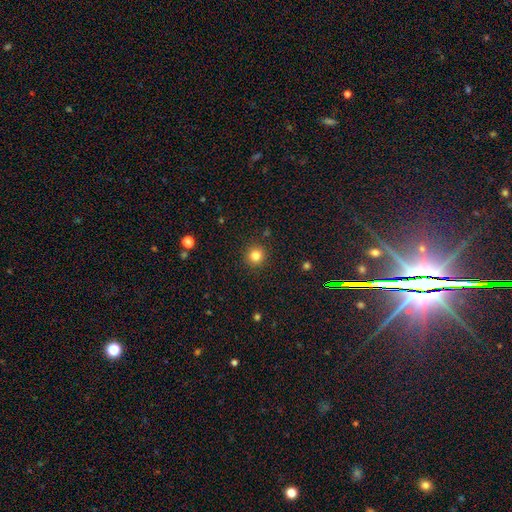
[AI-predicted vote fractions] This is clearly a smooth galaxy (83%). How rounded: clearly round (94%). Merging: clearly none (91%).